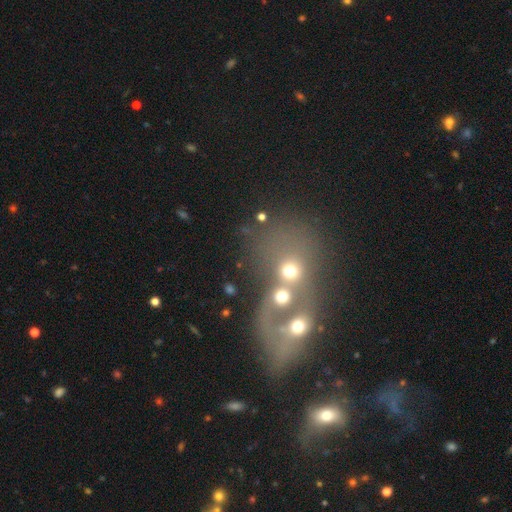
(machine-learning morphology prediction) Q: Smooth or featured?
A: smooth (41%); runner-up: featured or disk (32%)
Q: Merging?
A: merger (75%); runner-up: none (13%)